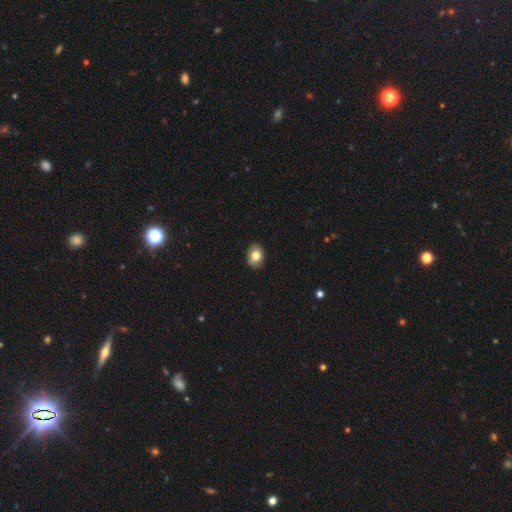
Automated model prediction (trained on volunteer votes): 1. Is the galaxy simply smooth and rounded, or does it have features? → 80% smooth, 12% featured or disk, 8% star or artifact.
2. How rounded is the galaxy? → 69% in between, 30% round, 1% cigar-shaped.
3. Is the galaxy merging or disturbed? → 87% none, 10% minor disturbance, 2% major disturbance, 1% merger.